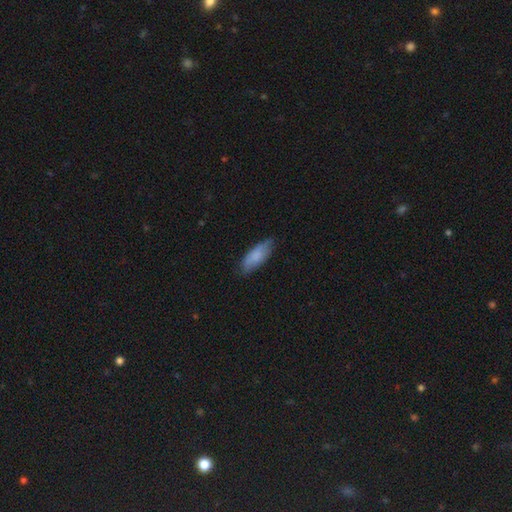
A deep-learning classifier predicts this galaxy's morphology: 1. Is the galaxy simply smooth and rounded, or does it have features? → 79% smooth, 15% featured or disk, 6% star or artifact.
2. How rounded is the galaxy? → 70% in between, 28% cigar-shaped, 2% round.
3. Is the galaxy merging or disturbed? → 73% none, 22% minor disturbance, 4% major disturbance, 1% merger.